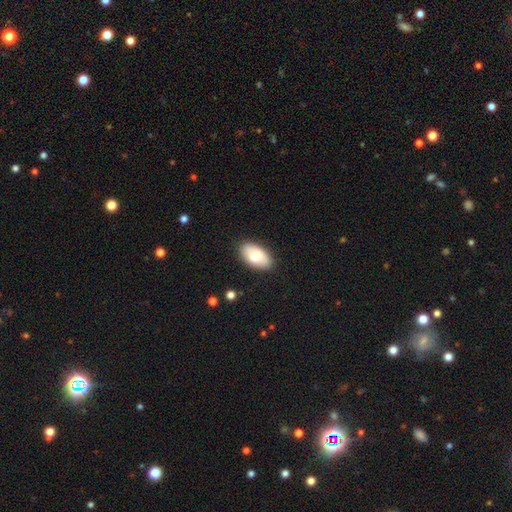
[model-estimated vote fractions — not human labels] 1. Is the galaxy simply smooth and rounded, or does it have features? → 76% smooth, 18% featured or disk, 6% star or artifact.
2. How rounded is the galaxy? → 94% in between, 4% round, 2% cigar-shaped.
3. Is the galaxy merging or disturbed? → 88% none, 9% minor disturbance, 2% major disturbance, 1% merger.